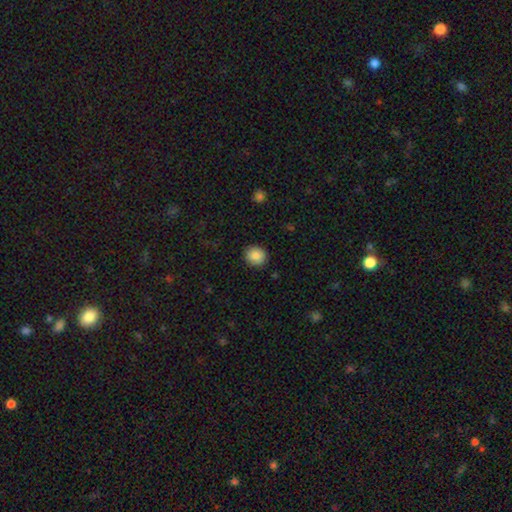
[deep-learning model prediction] Smooth or featured? smooth (88%)
How rounded? round (78%)
Merging? none (90%)